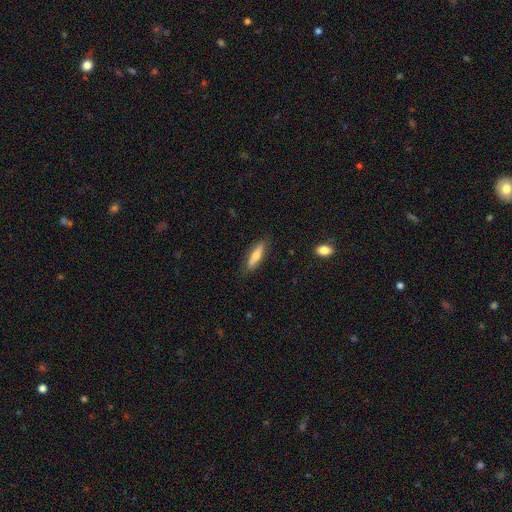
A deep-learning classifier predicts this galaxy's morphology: Smooth or featured?
  - smooth: 66% *
  - featured or disk: 28%
  - star or artifact: 6%
How rounded?
  - cigar-shaped: 68% *
  - in between: 30%
  - round: 2%
Merging?
  - none: 83% *
  - minor disturbance: 13%
  - major disturbance: 2%
  - merger: 1%